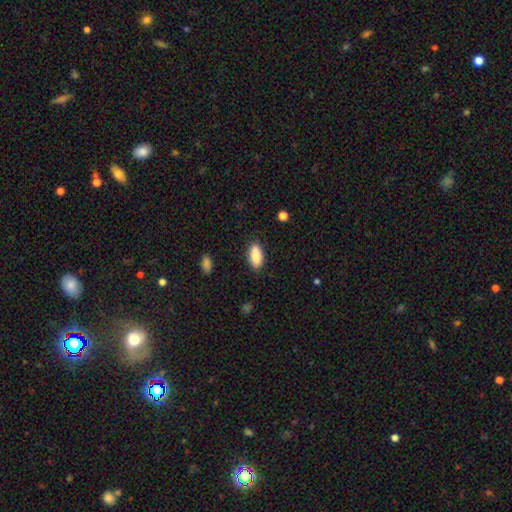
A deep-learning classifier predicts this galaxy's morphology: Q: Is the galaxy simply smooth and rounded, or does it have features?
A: smooth — 88%.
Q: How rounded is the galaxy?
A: in between — 88%.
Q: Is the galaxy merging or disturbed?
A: none — 86%.